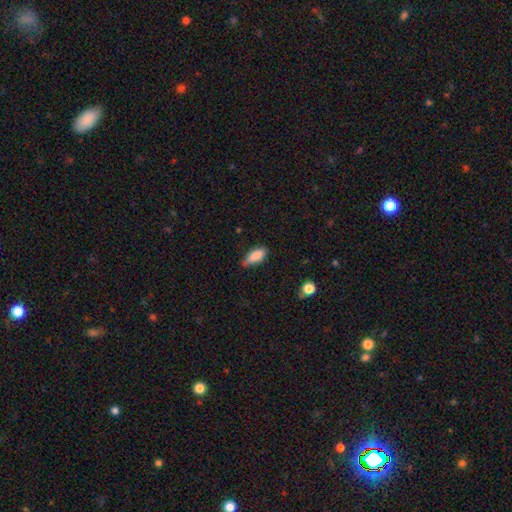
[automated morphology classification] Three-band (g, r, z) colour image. It shows a smooth galaxy with no disk features (85%) that is in between round and cigar-shaped (76%). Merging: none (61%).